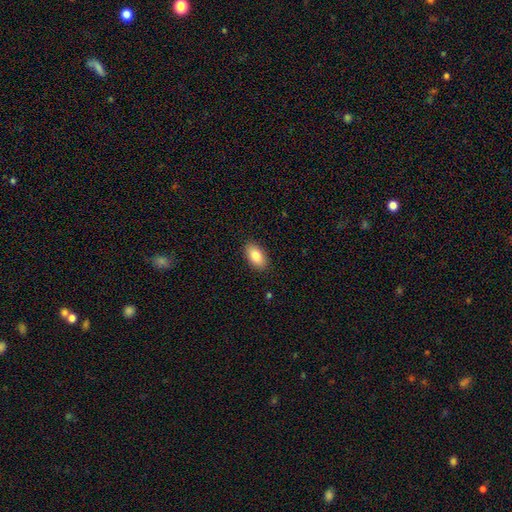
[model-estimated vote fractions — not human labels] Smooth or featured? smooth (85%)
How rounded? in between (93%)
Merging? none (88%)